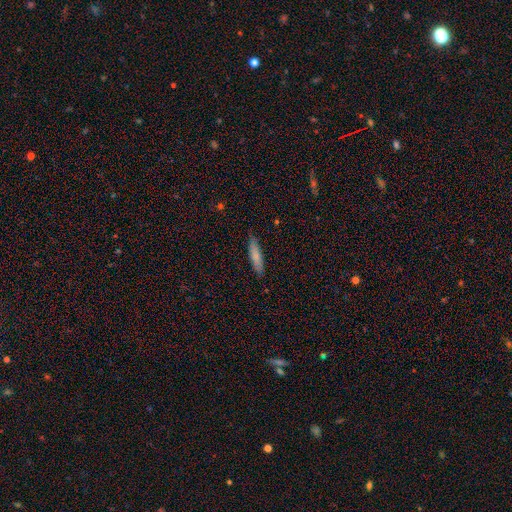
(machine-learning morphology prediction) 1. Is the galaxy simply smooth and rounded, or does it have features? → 75% smooth, 19% featured or disk, 6% star or artifact.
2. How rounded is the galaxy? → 80% cigar-shaped, 18% in between, 1% round.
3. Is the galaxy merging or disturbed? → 85% none, 12% minor disturbance, 2% major disturbance, 1% merger.